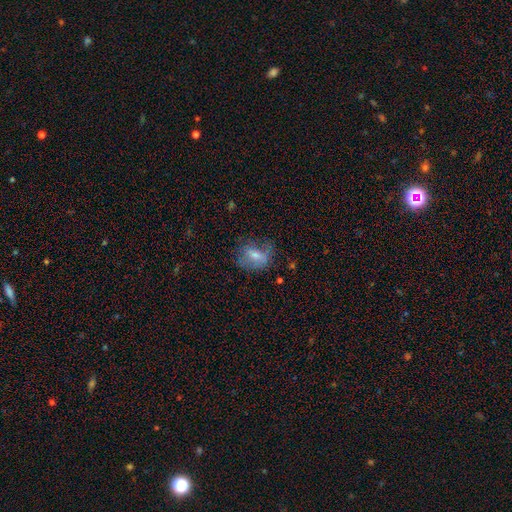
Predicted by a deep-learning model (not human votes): smooth-or-featured: smooth: 55% | featured or disk: 35% | star or artifact: 10%
  how-rounded: in between: 70% | round: 26% | cigar-shaped: 4%
  merging: none: 51% | minor disturbance: 27% | major disturbance: 19% | merger: 2%